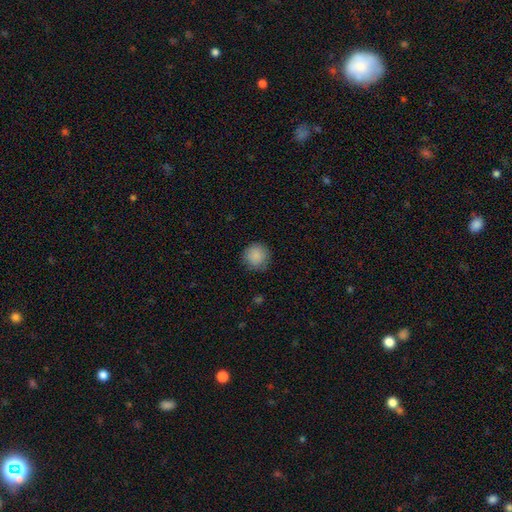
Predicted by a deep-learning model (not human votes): The model was most divided on "merging": none: 85%, minor disturbance: 11%, major disturbance: 3%, merger: 1%. More confident: how rounded — round (93%); smooth or featured — smooth (88%).